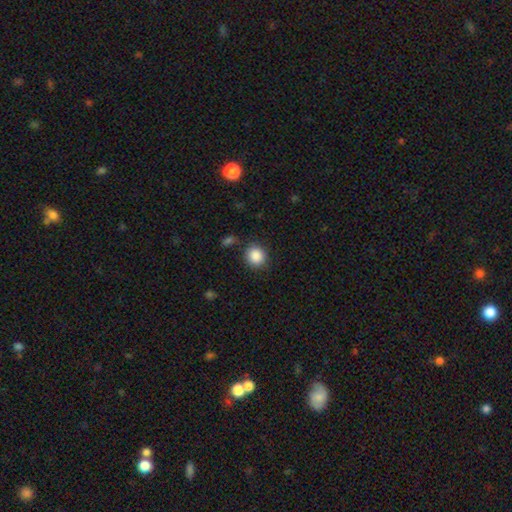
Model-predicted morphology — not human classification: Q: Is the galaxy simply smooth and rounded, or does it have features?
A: smooth — 88%.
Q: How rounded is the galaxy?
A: round — 84%.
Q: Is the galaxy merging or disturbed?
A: none — 83%.